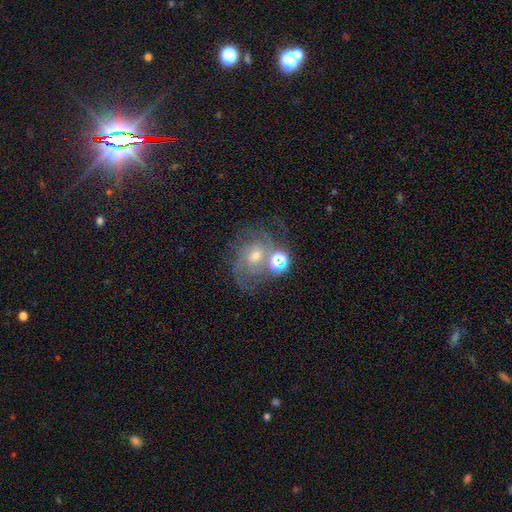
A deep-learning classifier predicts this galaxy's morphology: featured or disk 68%, star or artifact 16%, smooth 15%. Down the decision tree: edge-on disk — no (97%); bar — no (62%); spiral arms — yes (92%); spiral arm count — 2 (38%); spiral winding — medium (45%); bulge size — moderate (53%); merging — none (53%).